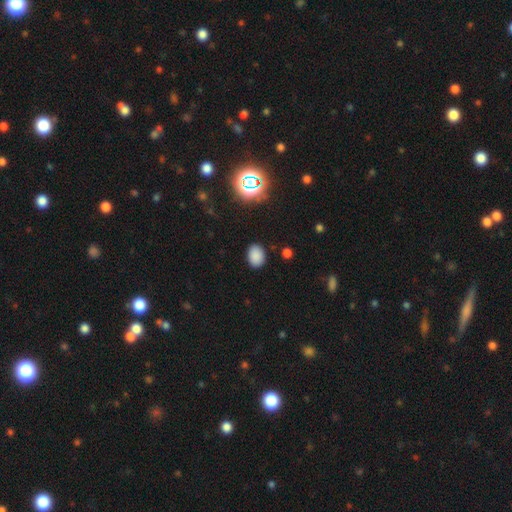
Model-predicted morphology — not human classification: Smooth or featured? Predicted: smooth (p=0.83). How rounded? Predicted: in between (p=0.75). Merging? Predicted: none (p=0.87).